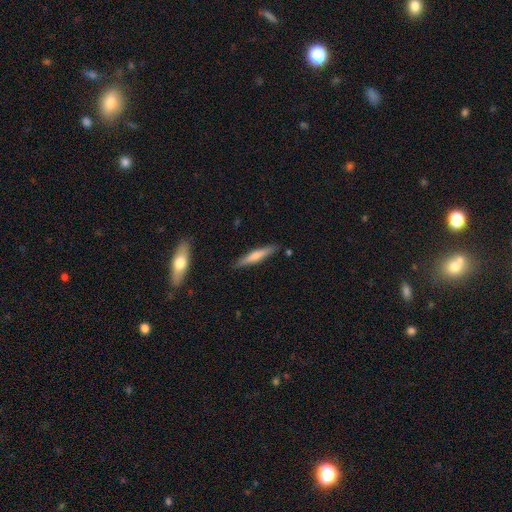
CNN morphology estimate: This appears to be a smooth galaxy with no disk features (60%) that is cigar-shaped (89%). Merging: none (87%).